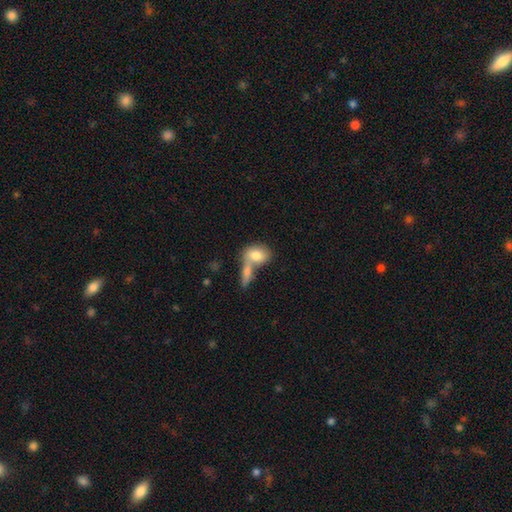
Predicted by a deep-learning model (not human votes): smooth_or_featured: smooth (p=0.78) [alt: featured or disk p=0.15]
how_rounded: in between (p=0.76) [alt: round p=0.20]
merging: merger (p=0.51) [alt: none p=0.34]